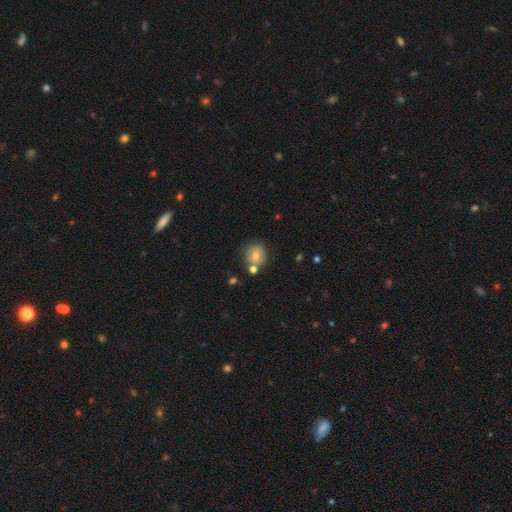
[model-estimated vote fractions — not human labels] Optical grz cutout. It shows a smooth galaxy with no disk features (69%) that is round (86%). Merging: none (68%).